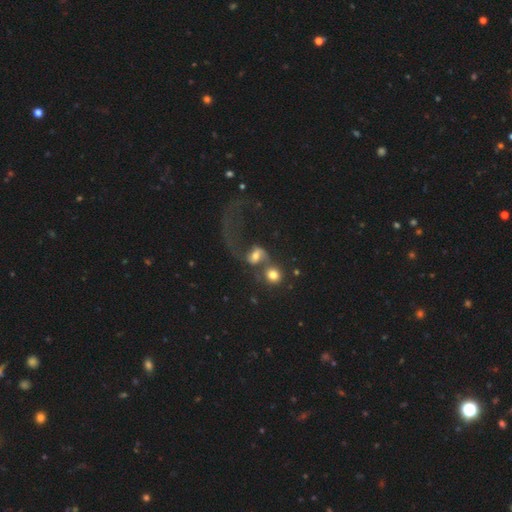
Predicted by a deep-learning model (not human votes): The model was most divided on "smooth or featured": featured or disk: 45%, smooth: 44%, star or artifact: 11%. More confident: merging — merger (66%).